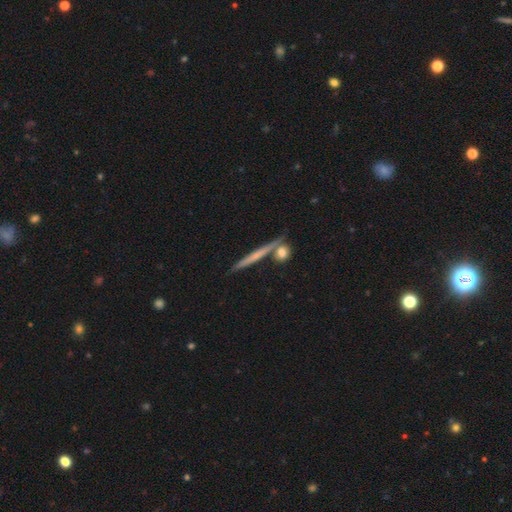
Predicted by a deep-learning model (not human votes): Overall: featured or disk (48%; smooth 46%). Merging: none (78%).